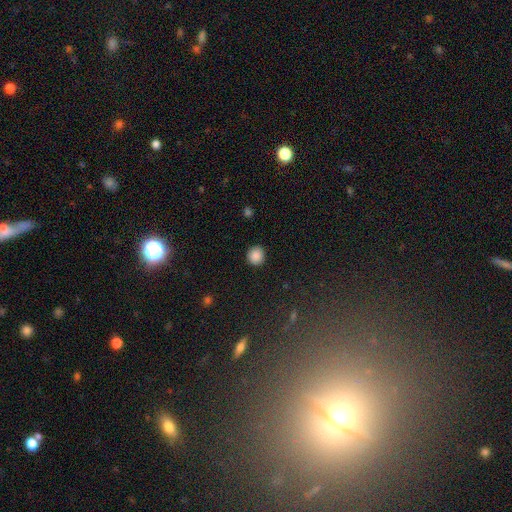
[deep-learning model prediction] The model was most divided on "smooth or featured": smooth: 87%, star or artifact: 10%, featured or disk: 3%. More confident: how rounded — round (91%); merging — none (91%).